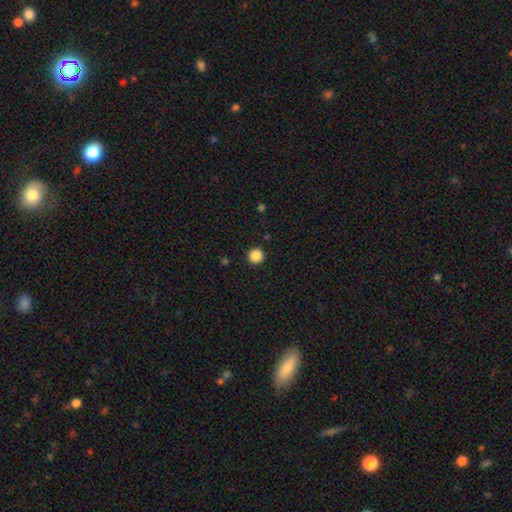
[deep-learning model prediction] Smooth or featured?
  - smooth: 86% *
  - star or artifact: 11%
  - featured or disk: 3%
How rounded?
  - round: 96% *
  - in between: 3%
  - cigar-shaped: 1%
Merging?
  - none: 93% *
  - minor disturbance: 4%
  - major disturbance: 2%
  - merger: 1%